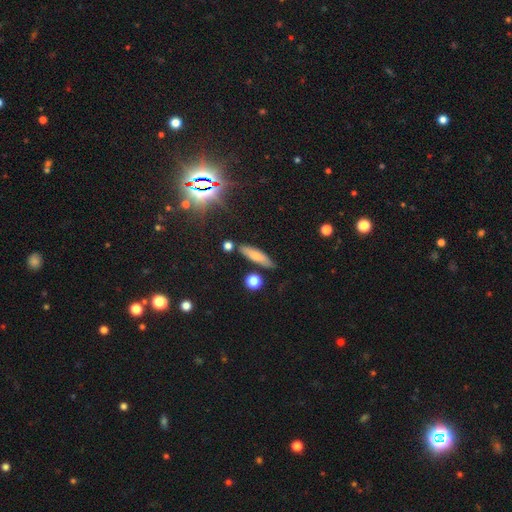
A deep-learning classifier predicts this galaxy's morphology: Q: Smooth or featured?
A: smooth (68%); runner-up: featured or disk (22%)
Q: How rounded?
A: cigar-shaped (70%); runner-up: in between (26%)
Q: Merging?
A: none (80%); runner-up: minor disturbance (12%)